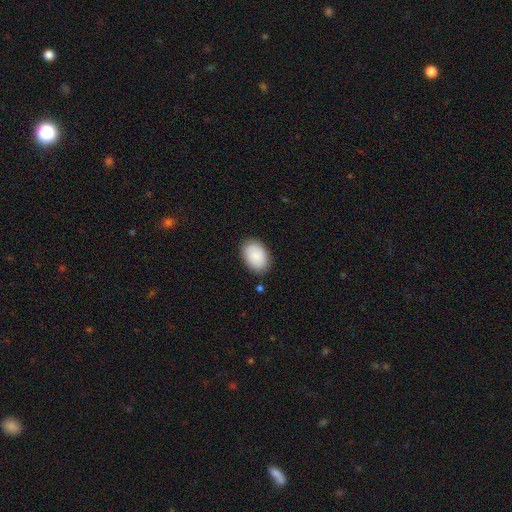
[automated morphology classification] Smooth or featured?
  - smooth: 88% *
  - star or artifact: 6%
  - featured or disk: 6%
How rounded?
  - in between: 88% *
  - round: 11%
  - cigar-shaped: 1%
Merging?
  - none: 84% *
  - minor disturbance: 12%
  - major disturbance: 3%
  - merger: 1%